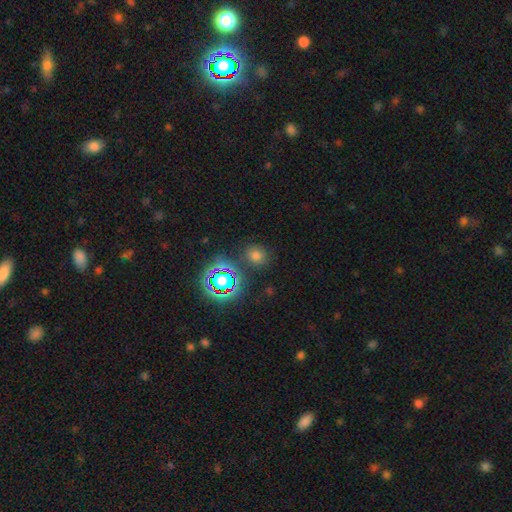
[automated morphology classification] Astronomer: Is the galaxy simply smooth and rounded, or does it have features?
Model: smooth — 64%.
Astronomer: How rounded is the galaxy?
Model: round — 70%.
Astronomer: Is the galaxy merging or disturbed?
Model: none — 82%.